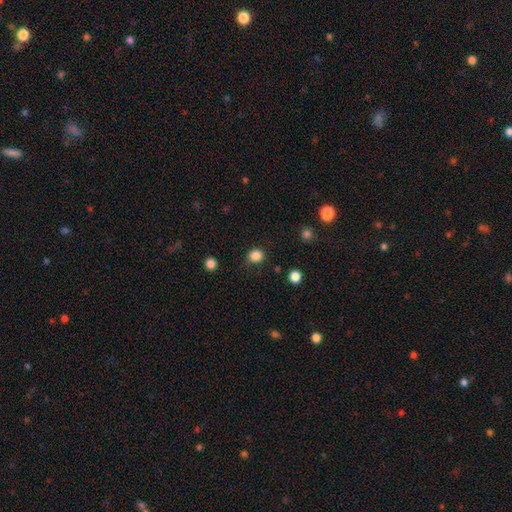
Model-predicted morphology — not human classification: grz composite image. It shows a smooth galaxy with no disk features (85%) that is round (88%). Merging: none (85%).